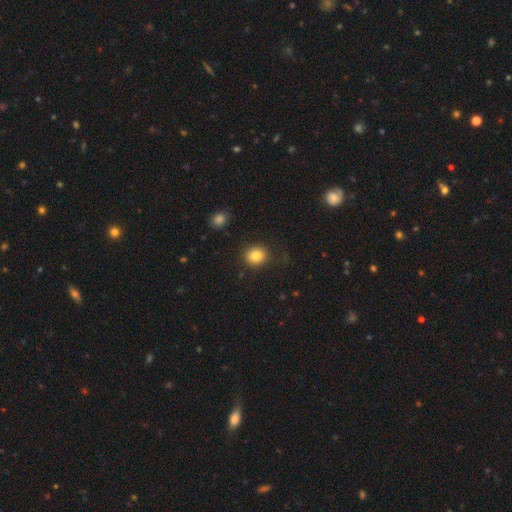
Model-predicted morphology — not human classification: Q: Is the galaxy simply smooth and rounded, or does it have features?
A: smooth — 84%.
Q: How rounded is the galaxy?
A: round — 78%.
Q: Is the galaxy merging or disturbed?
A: none — 84%.